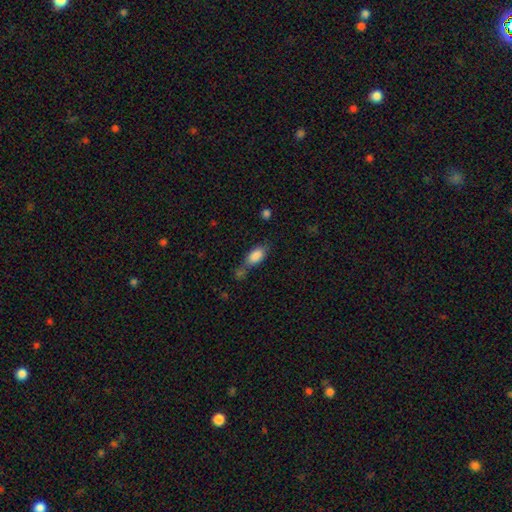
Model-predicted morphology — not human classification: Smooth or featured: smooth — 85% (star or artifact — 8%)
How rounded: in between — 88% (cigar-shaped — 7%)
Merging: none — 37% (merger — 33%)